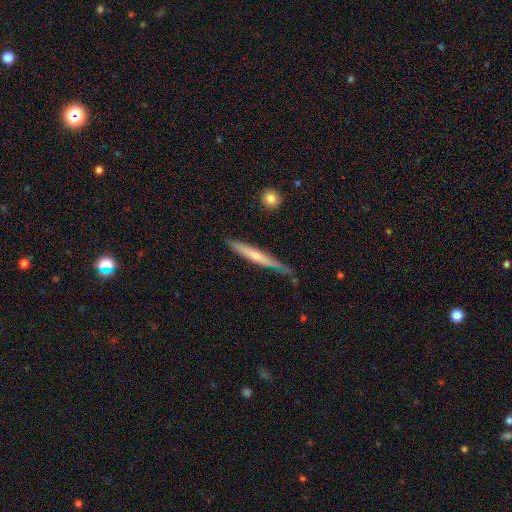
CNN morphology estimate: Overall: smooth (49%; featured or disk 45%). Merging: none (66%; minor disturbance 26%).